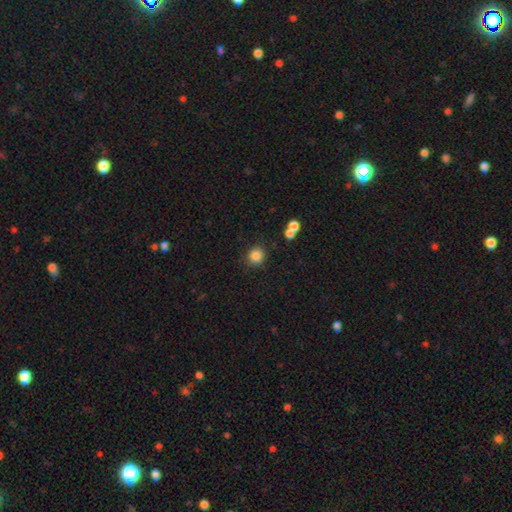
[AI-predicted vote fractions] Smooth or featured: smooth — 85% (star or artifact — 10%)
How rounded: round — 89% (in between — 10%)
Merging: none — 83% (minor disturbance — 9%)